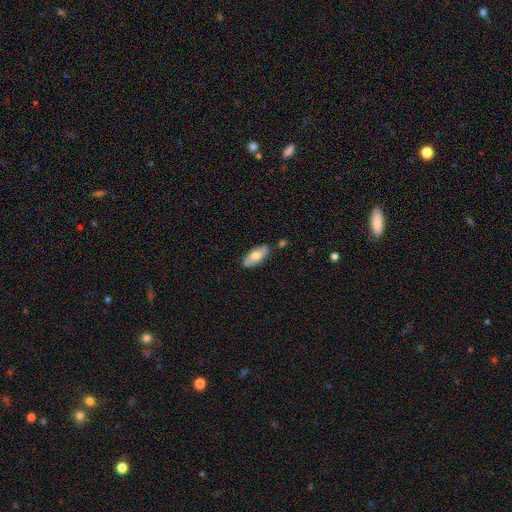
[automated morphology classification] smooth 65%, featured or disk 29%, star or artifact 6%. Down the decision tree: how rounded — in between (83%); merging — none (80%).